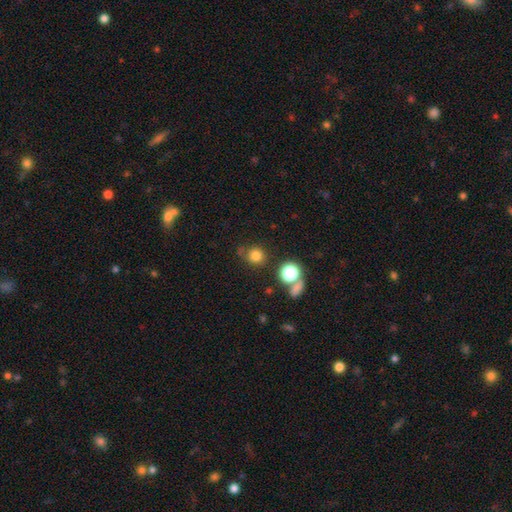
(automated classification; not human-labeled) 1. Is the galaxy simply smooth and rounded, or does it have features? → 78% smooth, 15% star or artifact, 7% featured or disk.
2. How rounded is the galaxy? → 89% round, 10% in between, 1% cigar-shaped.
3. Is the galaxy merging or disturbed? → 72% none, 13% minor disturbance, 9% merger, 5% major disturbance.